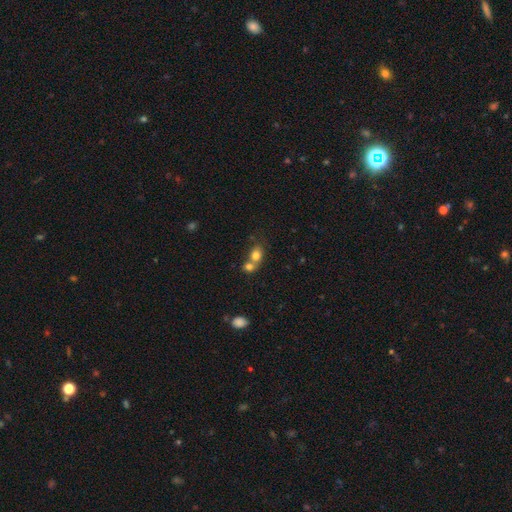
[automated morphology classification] Overall: smooth (77%). How rounded: round (53%; in between 46%). Merging: merger (63%; none 28%).